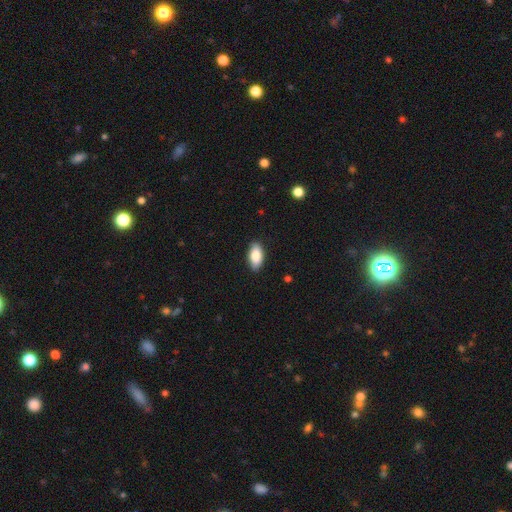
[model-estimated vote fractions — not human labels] Morphology: type=smooth (83%); roundness=in between (92%); merging=none (88%).